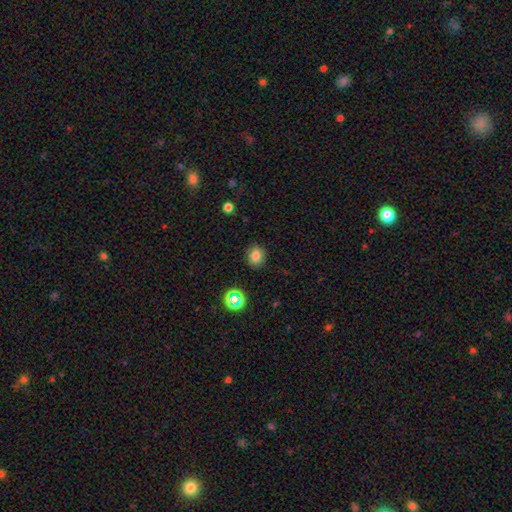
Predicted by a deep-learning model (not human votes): Smooth or featured: smooth — 80% (star or artifact — 14%)
How rounded: round — 68% (in between — 31%)
Merging: none — 88% (minor disturbance — 8%)